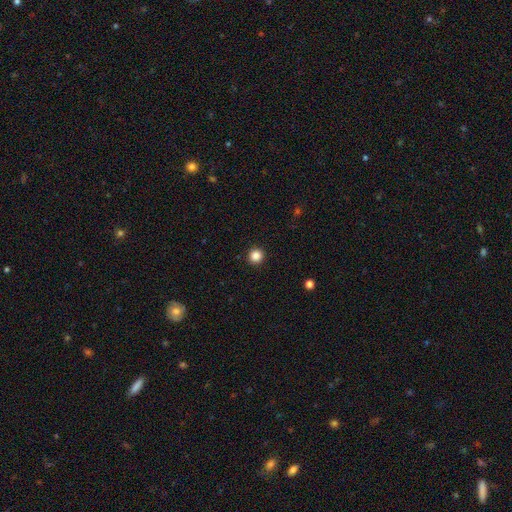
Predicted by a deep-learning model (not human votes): smooth-or-featured: smooth: 86% | star or artifact: 11% | featured or disk: 3%
  how-rounded: round: 95% | in between: 4% | cigar-shaped: 1%
  merging: none: 93% | minor disturbance: 4% | major disturbance: 2% | merger: 1%